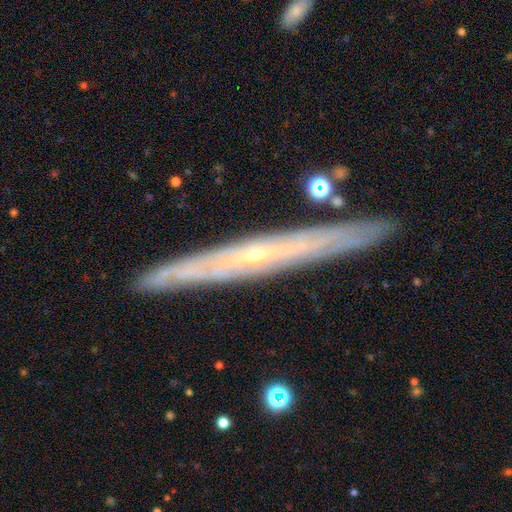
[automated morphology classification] Smooth or featured? Predicted: featured or disk (p=0.78). Edge-on disk? Predicted: yes (p=0.86). Edge-on bulge? Predicted: rounded (p=0.50). Merging? Predicted: none (p=0.88).